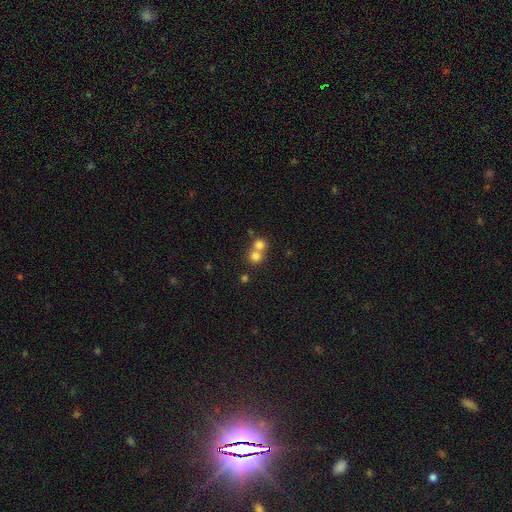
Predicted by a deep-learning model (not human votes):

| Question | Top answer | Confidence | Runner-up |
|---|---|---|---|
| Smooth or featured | smooth | 76% | star or artifact (12%) |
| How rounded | round | 86% | in between (13%) |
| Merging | merger | 56% | none (38%) |